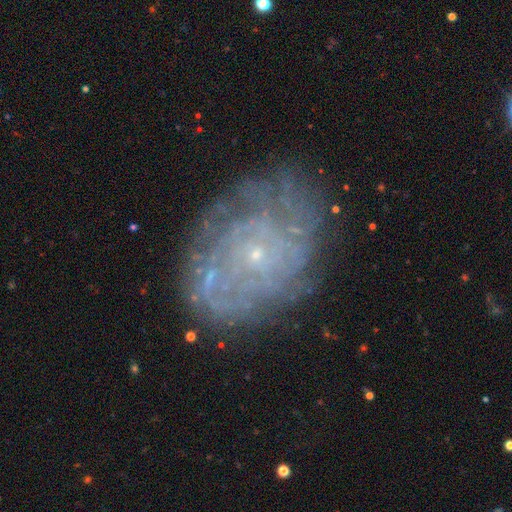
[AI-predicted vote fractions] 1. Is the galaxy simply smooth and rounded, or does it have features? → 78% featured or disk, 12% smooth, 9% star or artifact.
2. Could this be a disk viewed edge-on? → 96% no, 4% yes.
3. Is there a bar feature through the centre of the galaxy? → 83% no, 13% weak, 3% strong.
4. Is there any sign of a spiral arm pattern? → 85% yes, 15% no.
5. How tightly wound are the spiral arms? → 74% tight, 19% medium, 7% loose.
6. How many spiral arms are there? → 49% can't tell, 13% more than 4, 11% 2, 11% 4, 9% 3, 6% 1.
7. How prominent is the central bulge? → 87% small, 8% moderate, 3% none, 1% large, 1% dominant.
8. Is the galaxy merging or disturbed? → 74% none, 17% minor disturbance, 7% major disturbance, 2% merger.